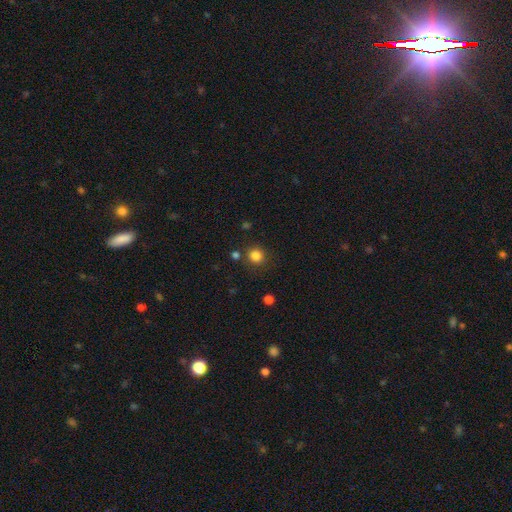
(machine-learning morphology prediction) A smooth galaxy with no disk features (83%) that is round (89%).

Vote fractions:
- Smooth or featured? smooth: 83% / star or artifact: 13% / featured or disk: 4%
- How rounded? round: 89% / in between: 10% / cigar-shaped: 1%
- Merging? none: 84% / minor disturbance: 8% / merger: 5% / major disturbance: 3%